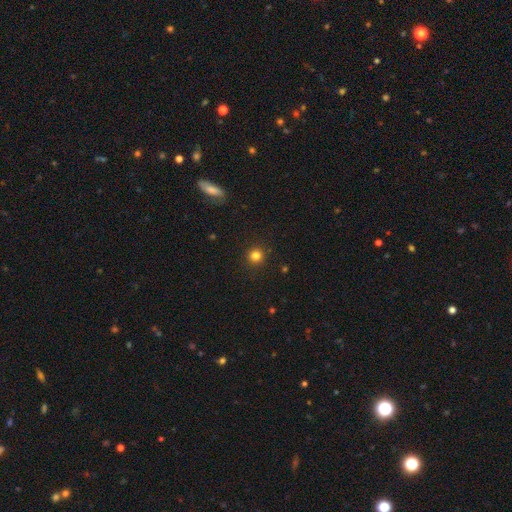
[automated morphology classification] The model was most divided on "smooth or featured": smooth: 82%, star or artifact: 14%, featured or disk: 5%. More confident: how rounded — round (94%); merging — none (91%).